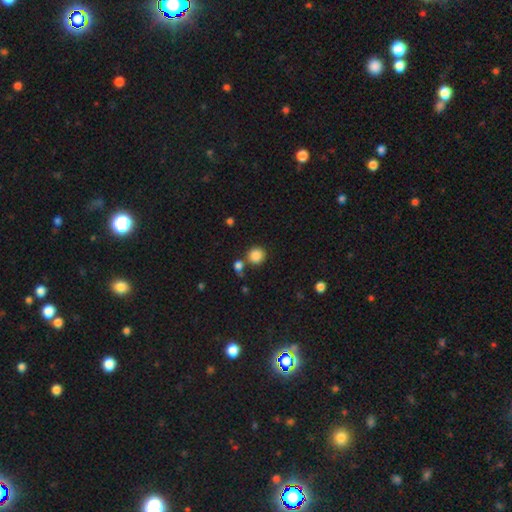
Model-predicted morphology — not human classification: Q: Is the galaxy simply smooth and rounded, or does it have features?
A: smooth — 85%.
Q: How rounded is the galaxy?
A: round — 90%.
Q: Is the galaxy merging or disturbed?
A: none — 71%.